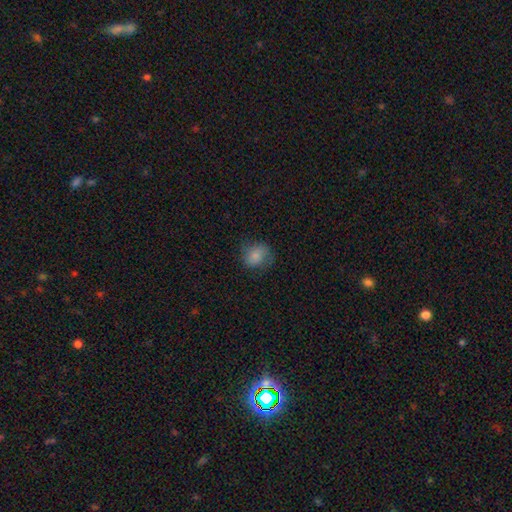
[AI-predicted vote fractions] The model was most divided on "how rounded": round: 61%, in between: 38%, cigar-shaped: 1%. More confident: smooth or featured — smooth (77%); merging — none (68%).